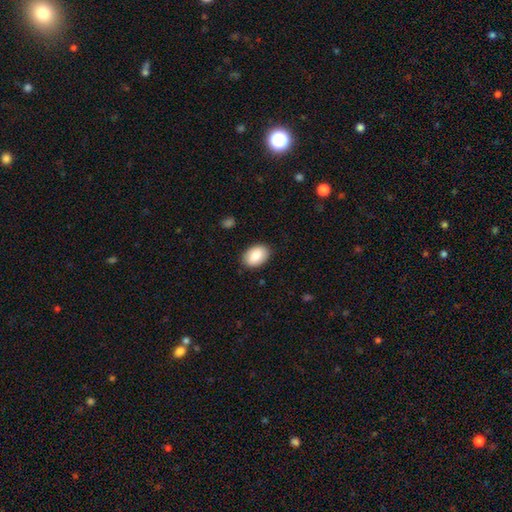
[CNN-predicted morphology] Smooth or featured? smooth (87%)
How rounded? in between (87%)
Merging? none (87%)